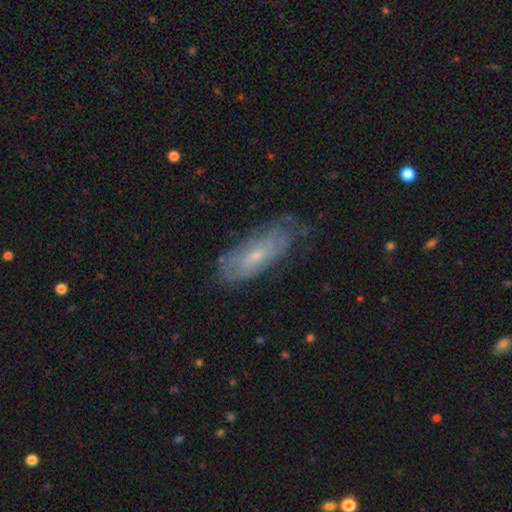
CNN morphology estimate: Smooth or featured? featured or disk (58%)
Edge-on disk? no (82%)
Merging? none (63%)